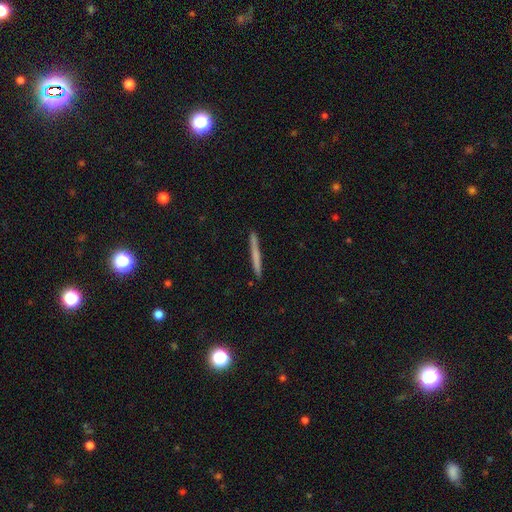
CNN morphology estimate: Smooth or featured? smooth (61%)
How rounded? cigar-shaped (97%)
Merging? none (91%)